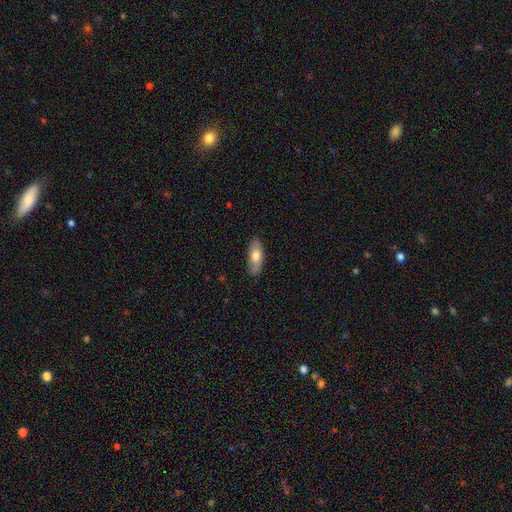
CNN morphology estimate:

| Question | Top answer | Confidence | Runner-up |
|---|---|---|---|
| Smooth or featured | smooth | 73% | featured or disk (21%) |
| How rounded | in between | 77% | cigar-shaped (21%) |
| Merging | none | 84% | minor disturbance (13%) |